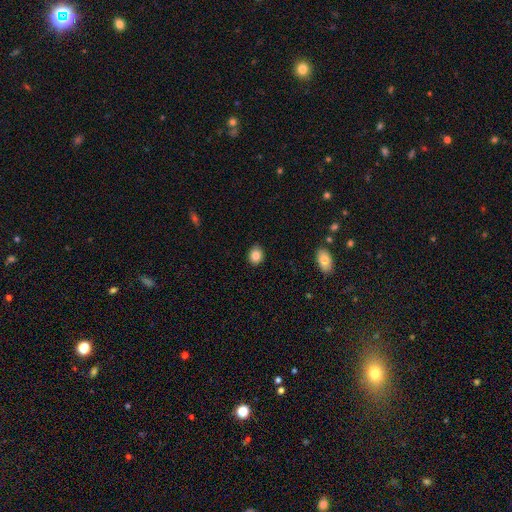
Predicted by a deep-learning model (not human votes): Smooth or featured: smooth — 84% (star or artifact — 9%)
How rounded: round — 50% (in between — 49%)
Merging: none — 89% (minor disturbance — 8%)